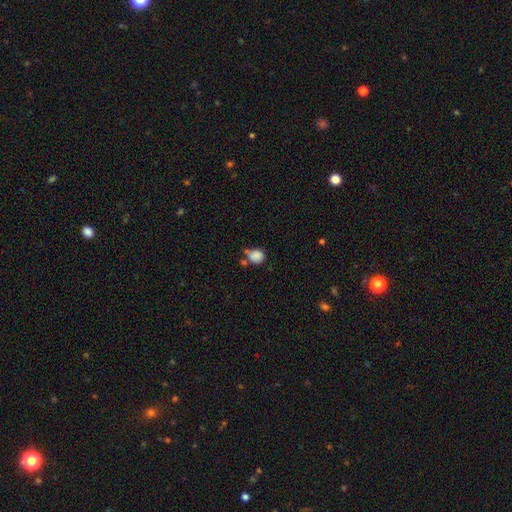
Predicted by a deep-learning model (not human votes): Morphology: type=smooth (85%); roundness=round (80%); merging=none (50%).